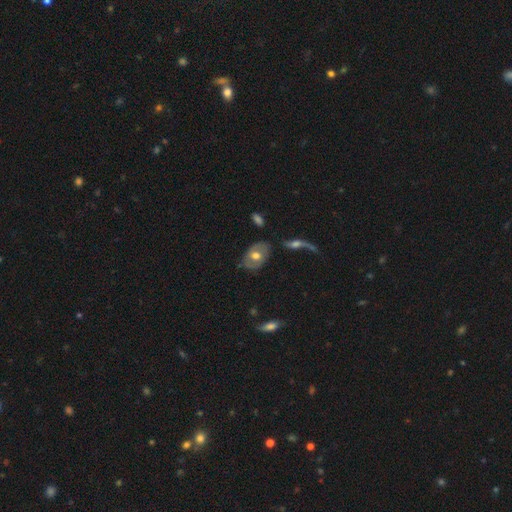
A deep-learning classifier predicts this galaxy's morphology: Smooth or featured?
  - featured or disk: 47% *
  - smooth: 46%
  - star or artifact: 7%
Merging?
  - none: 70% *
  - minor disturbance: 20%
  - major disturbance: 6%
  - merger: 5%